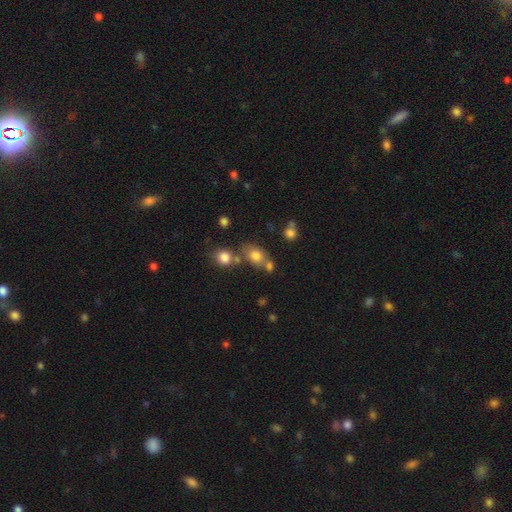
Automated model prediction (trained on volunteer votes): Morphology: type=smooth (74%); roundness=in between (51%); merging=none (55%).